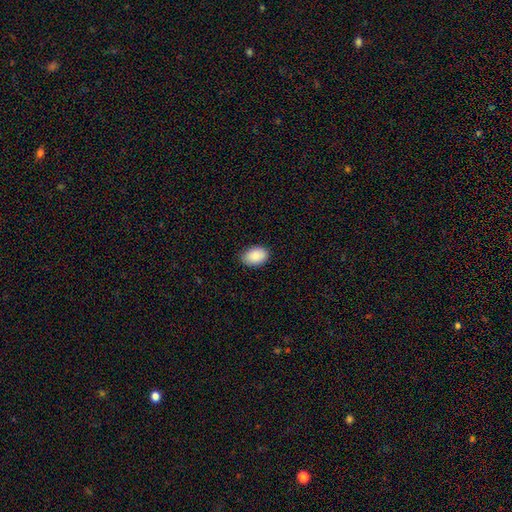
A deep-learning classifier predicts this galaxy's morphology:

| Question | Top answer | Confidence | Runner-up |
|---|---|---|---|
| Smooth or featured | smooth | 89% | star or artifact (7%) |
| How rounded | in between | 87% | round (12%) |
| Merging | none | 86% | minor disturbance (11%) |